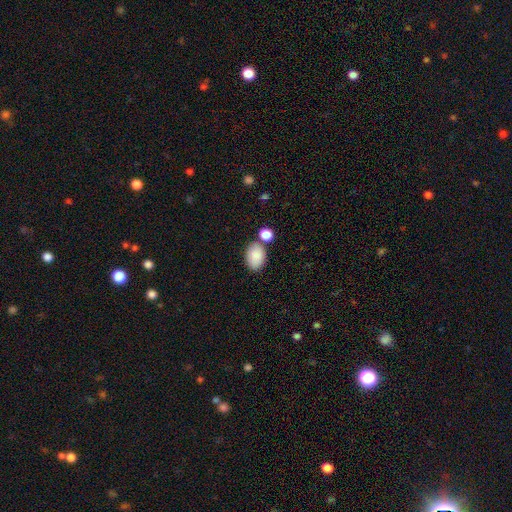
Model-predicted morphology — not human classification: smooth-or-featured: smooth: 88% | star or artifact: 7% | featured or disk: 5%
  how-rounded: in between: 87% | round: 12% | cigar-shaped: 1%
  merging: none: 68% | merger: 14% | minor disturbance: 14% | major disturbance: 4%